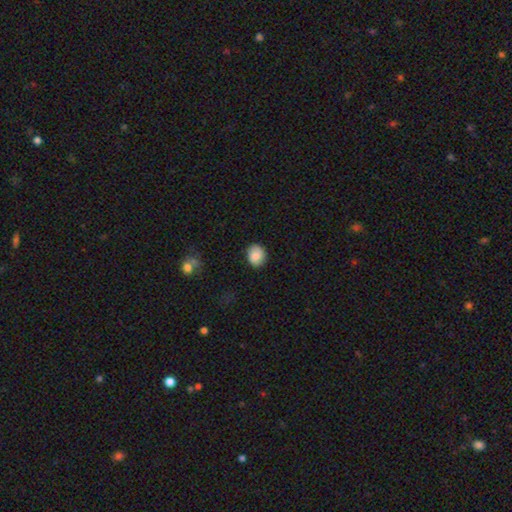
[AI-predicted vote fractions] The model was most divided on "how rounded": round: 60%, in between: 39%, cigar-shaped: 1%. More confident: smooth or featured — smooth (85%); merging — none (85%).